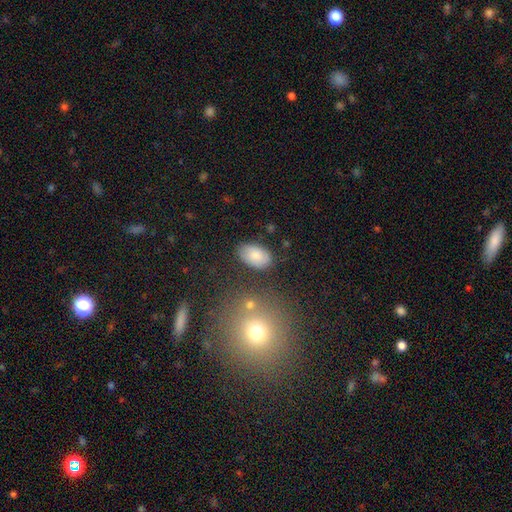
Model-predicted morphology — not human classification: Smooth or featured: smooth — 82% (featured or disk — 11%)
How rounded: in between — 92% (round — 7%)
Merging: none — 80% (minor disturbance — 14%)